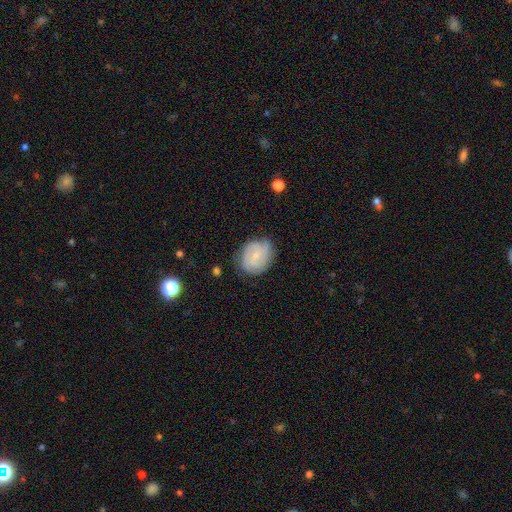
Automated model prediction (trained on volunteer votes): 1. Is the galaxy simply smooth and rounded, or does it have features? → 70% featured or disk, 23% smooth, 7% star or artifact.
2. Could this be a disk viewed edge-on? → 98% no, 2% yes.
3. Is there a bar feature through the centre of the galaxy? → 57% no, 37% weak, 6% strong.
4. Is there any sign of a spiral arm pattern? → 92% yes, 8% no.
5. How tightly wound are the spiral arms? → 60% tight, 32% medium, 8% loose.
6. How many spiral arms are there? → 46% 2, 24% can't tell, 19% 3, 4% 4, 4% 1, 3% more than 4.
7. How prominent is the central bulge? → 70% small, 23% moderate, 6% none, 1% large, 1% dominant.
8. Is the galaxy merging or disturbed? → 74% none, 20% minor disturbance, 5% major disturbance, 1% merger.